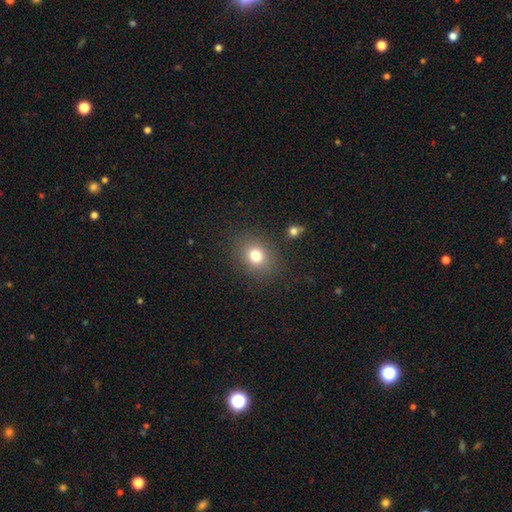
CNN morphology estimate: This appears to be a smooth galaxy with no disk features (77%) that is round (61%). Merging: none (85%).